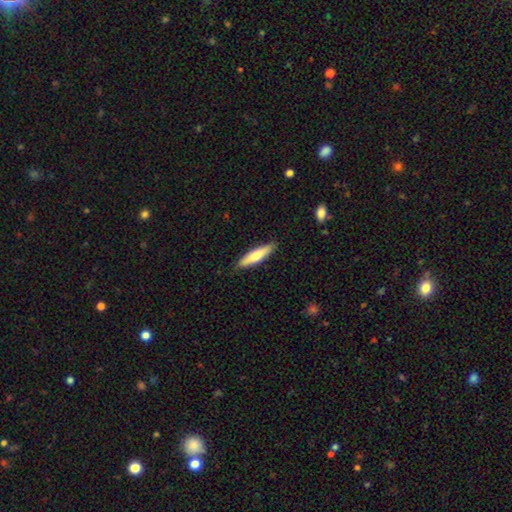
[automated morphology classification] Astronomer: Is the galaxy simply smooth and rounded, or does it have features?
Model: smooth — 67%.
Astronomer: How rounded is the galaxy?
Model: cigar-shaped — 73%.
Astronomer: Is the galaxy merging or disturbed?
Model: none — 88%.